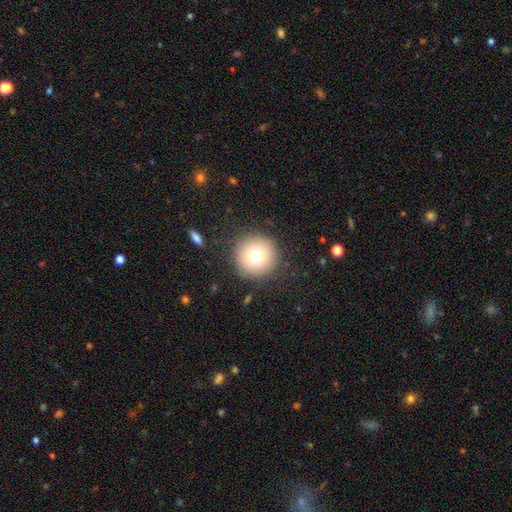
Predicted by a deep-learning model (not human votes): Smooth or featured: smooth — 74% (featured or disk — 13%)
How rounded: round — 96% (in between — 3%)
Merging: none — 88% (minor disturbance — 7%)